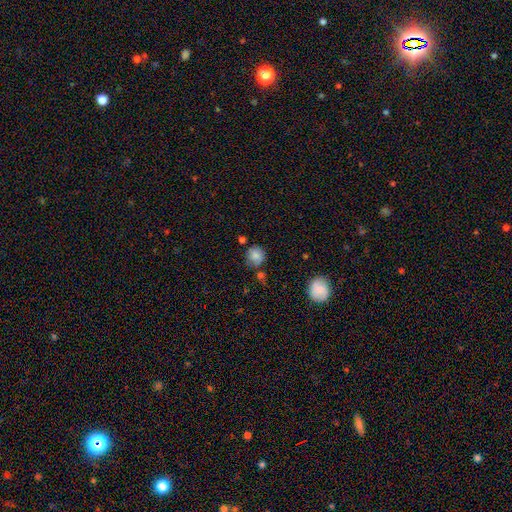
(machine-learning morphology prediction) type=smooth (80%); roundness=round (87%); merging=none (69%).